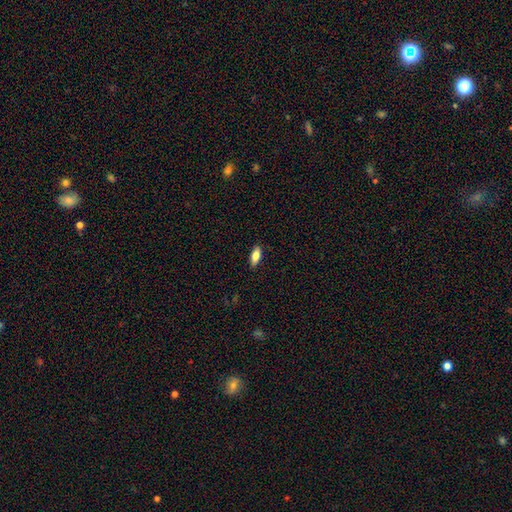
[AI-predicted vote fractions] This is likely a smooth galaxy (74%). How rounded: likely in between (77%). Merging: clearly none (88%).